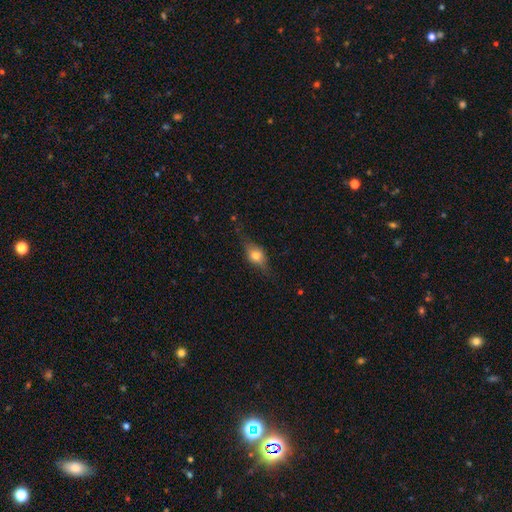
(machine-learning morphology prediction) This is possibly a smooth galaxy (47%). Merging: likely none (69%).